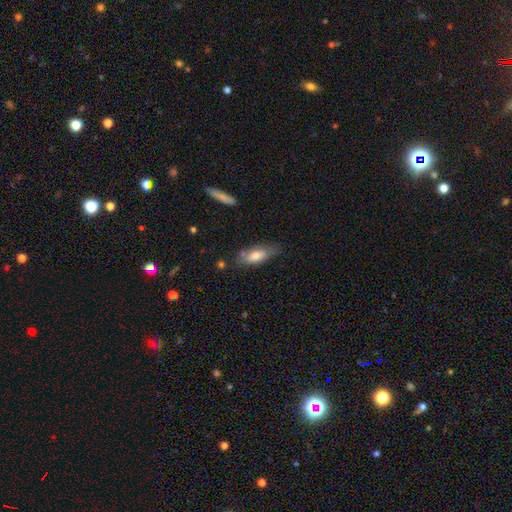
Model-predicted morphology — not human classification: Smooth or featured: smooth — 71% (featured or disk — 23%)
How rounded: in between — 65% (cigar-shaped — 32%)
Merging: none — 68% (minor disturbance — 21%)